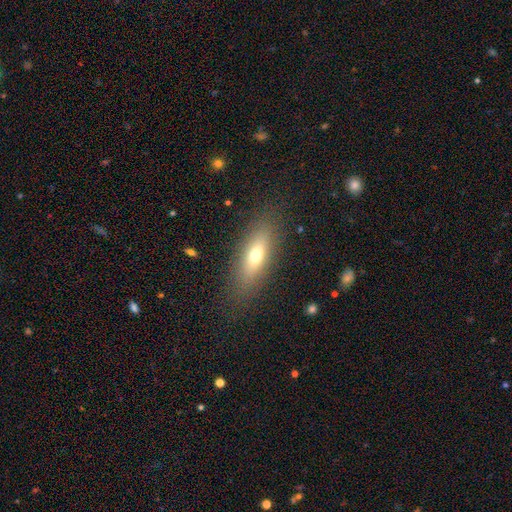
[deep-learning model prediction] A smooth galaxy with no disk features (63%) that is in between round and cigar-shaped (53%). Merging: none (85%).